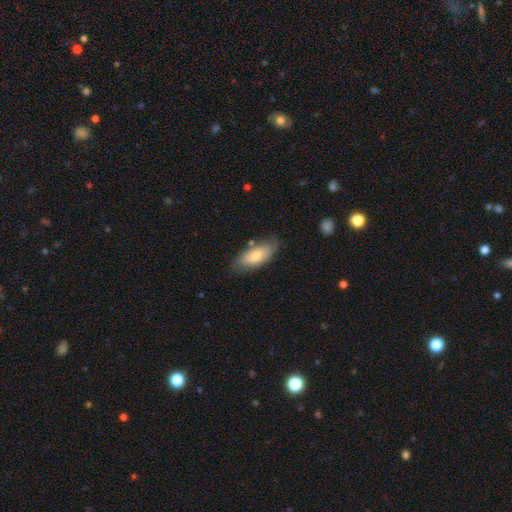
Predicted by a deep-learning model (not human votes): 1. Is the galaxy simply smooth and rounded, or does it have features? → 69% smooth, 25% featured or disk, 6% star or artifact.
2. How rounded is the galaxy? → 86% in between, 11% cigar-shaped, 2% round.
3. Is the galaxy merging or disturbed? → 66% none, 24% minor disturbance, 6% major disturbance, 4% merger.